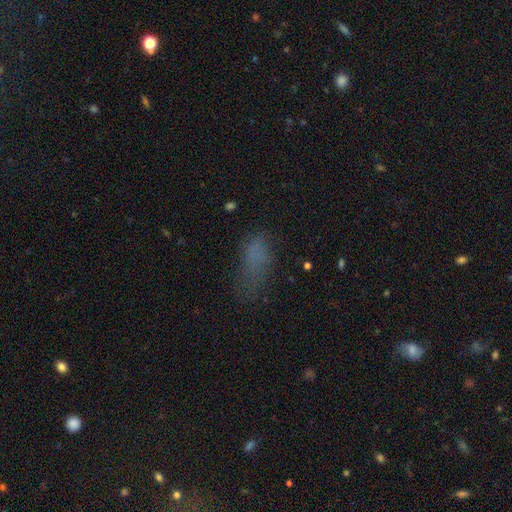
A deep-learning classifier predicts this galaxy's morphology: type=smooth (67%); roundness=in between (81%); merging=none (41%).